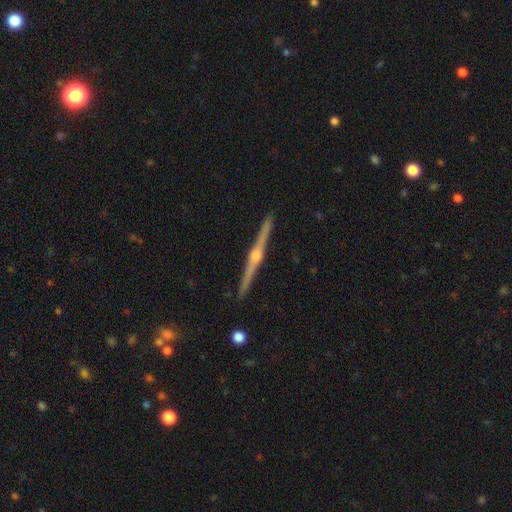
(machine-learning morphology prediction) smooth-or-featured: featured or disk: 83% | smooth: 11% | star or artifact: 6%
  disk-edge-on: yes: 98% | no: 2%
    edge-on-bulge: rounded: 86% | none: 9% | boxy: 5%
  merging: none: 91% | minor disturbance: 6% | merger: 1% | major disturbance: 1%